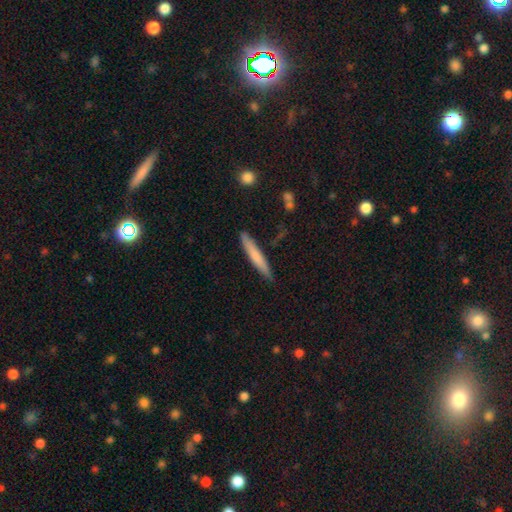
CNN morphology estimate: Smooth or featured? Predicted: smooth (p=0.69). How rounded? Predicted: cigar-shaped (p=0.94). Merging? Predicted: none (p=0.86).